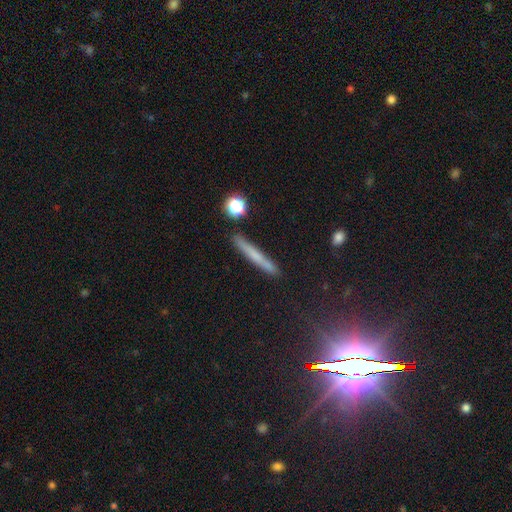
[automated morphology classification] smooth-or-featured: smooth: 59% | featured or disk: 32% | star or artifact: 10%
  how-rounded: cigar-shaped: 94% | in between: 3% | round: 2%
  merging: none: 86% | minor disturbance: 9% | merger: 3% | major disturbance: 2%